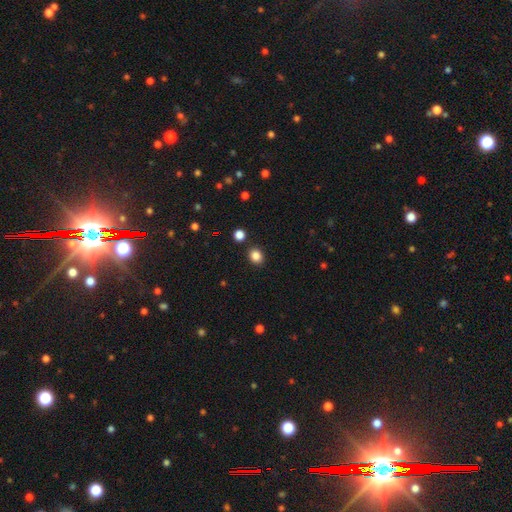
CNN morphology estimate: Smooth or featured: smooth — 85% (star or artifact — 11%)
How rounded: round — 70% (in between — 29%)
Merging: none — 88% (minor disturbance — 7%)